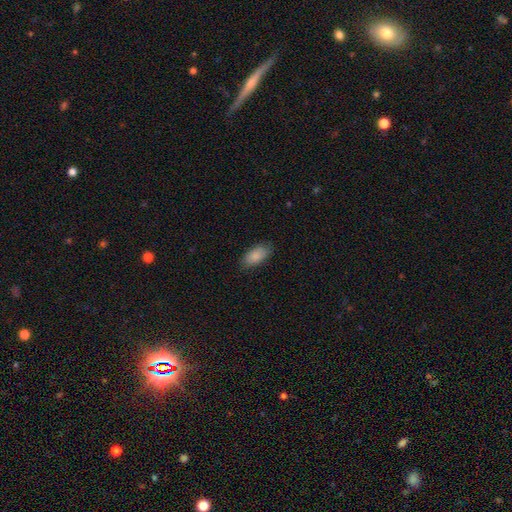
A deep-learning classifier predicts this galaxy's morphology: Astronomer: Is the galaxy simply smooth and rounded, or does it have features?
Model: smooth — 85%.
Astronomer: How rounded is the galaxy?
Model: in between — 92%.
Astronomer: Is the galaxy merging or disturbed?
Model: none — 80%.